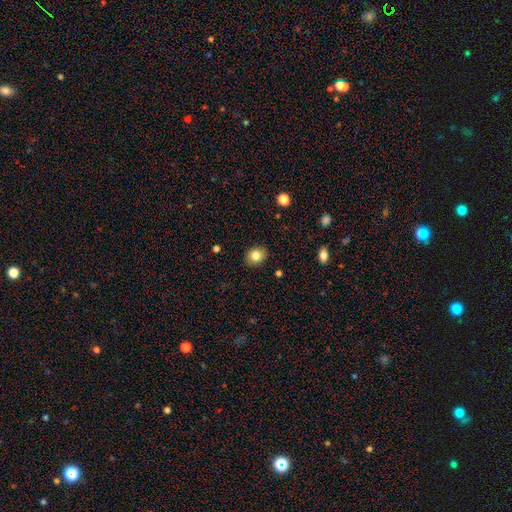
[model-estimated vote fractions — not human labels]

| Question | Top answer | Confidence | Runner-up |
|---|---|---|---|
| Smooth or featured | smooth | 82% | star or artifact (10%) |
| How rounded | round | 60% | in between (39%) |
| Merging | none | 89% | minor disturbance (8%) |